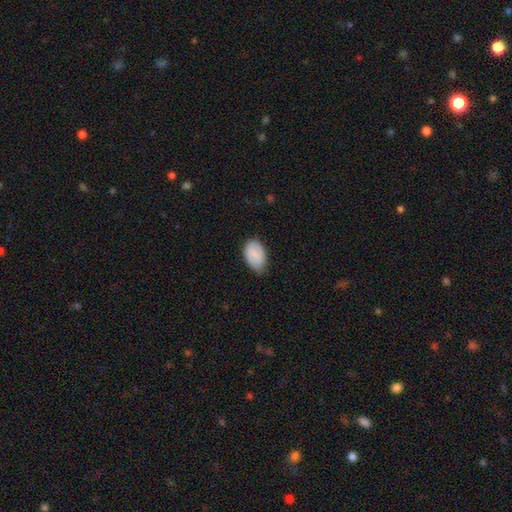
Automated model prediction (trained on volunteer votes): Smooth or featured: smooth — 79% (featured or disk — 15%)
How rounded: in between — 90% (round — 9%)
Merging: none — 56% (minor disturbance — 36%)